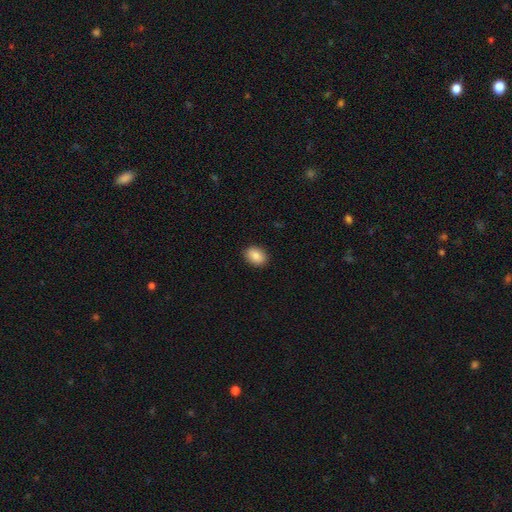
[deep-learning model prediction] smooth-or-featured: smooth: 87% | star or artifact: 8% | featured or disk: 5%
  how-rounded: in between: 69% | round: 30% | cigar-shaped: 1%
  merging: none: 90% | minor disturbance: 7% | major disturbance: 2% | merger: 1%